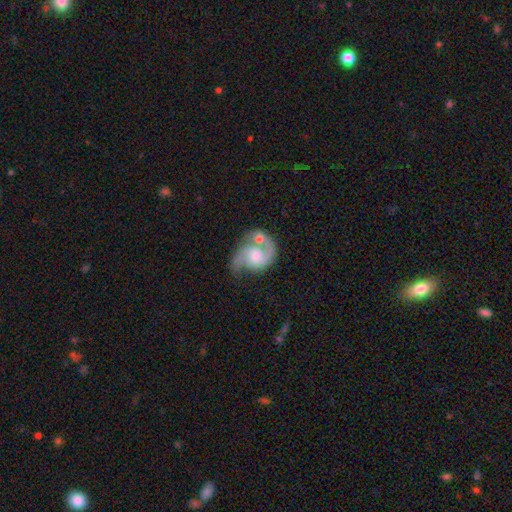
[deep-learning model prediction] This appears to be a featured or disk galaxy (78%) with no bar (62%), 2 (80%) medium (49%) spiral arms (92%) and a moderate central bulge (48%). Merging: merger (35%).